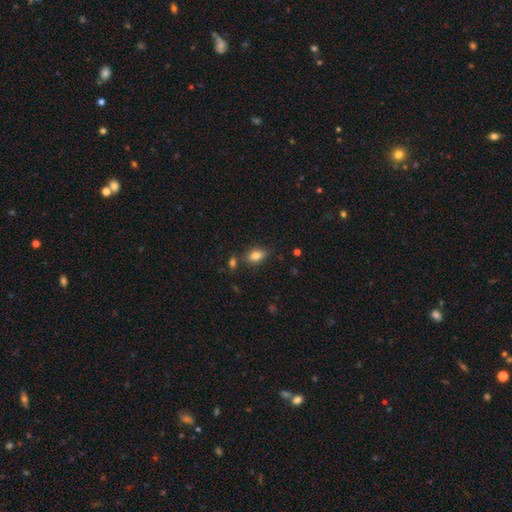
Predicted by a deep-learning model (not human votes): The model was most divided on "merging": none: 76%, minor disturbance: 13%, merger: 8%, major disturbance: 3%. More confident: how rounded — in between (85%); smooth or featured — smooth (80%).